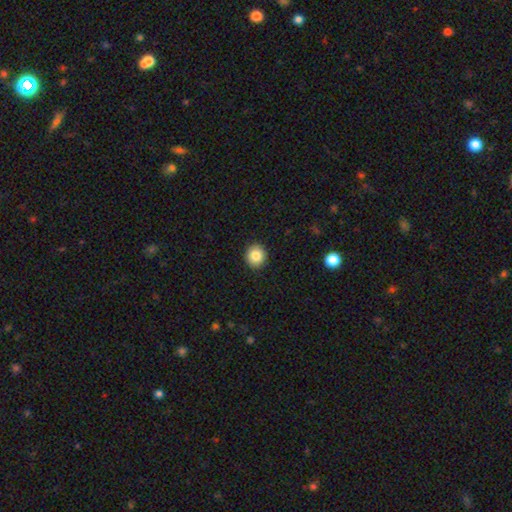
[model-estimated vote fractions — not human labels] This is clearly a smooth galaxy (85%). How rounded: clearly round (90%). Merging: clearly none (92%).